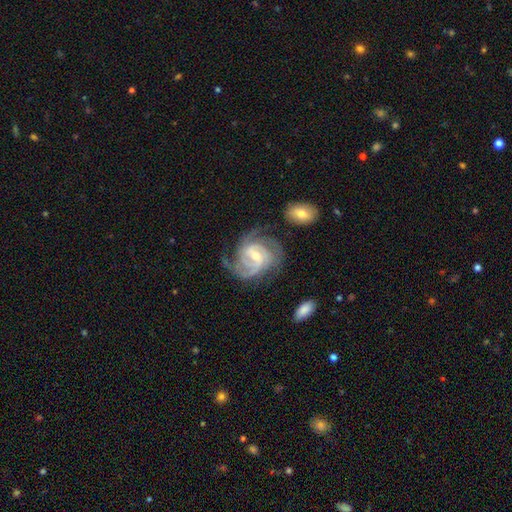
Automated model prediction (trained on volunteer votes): featured or disk 90%, smooth 5%, star or artifact 5%. Down the decision tree: edge-on disk — no (98%); bar — weak (54%); spiral arms — yes (97%); spiral arm count — 3 (36%); spiral winding — tight (50%); bulge size — moderate (48%, tied with small); merging — none (63%).